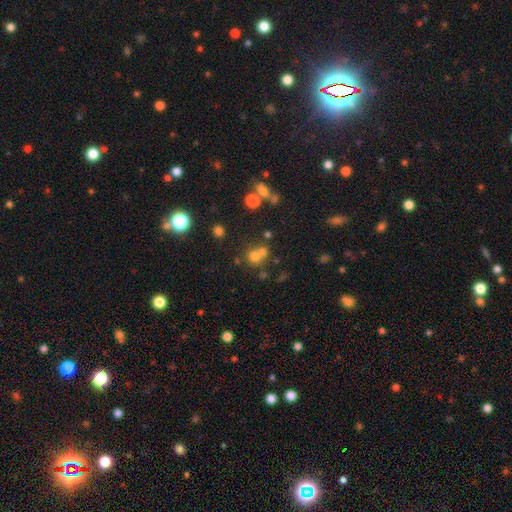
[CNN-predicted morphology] A smooth galaxy with no disk features (65%) that is round (84%). Merging: none (46%).